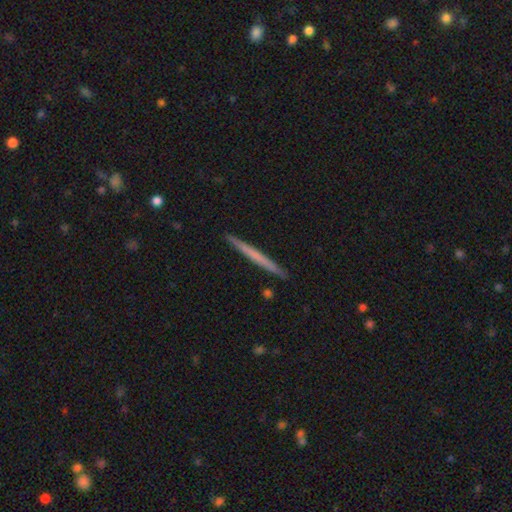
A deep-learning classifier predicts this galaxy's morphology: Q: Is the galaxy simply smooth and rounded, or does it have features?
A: smooth — 51%.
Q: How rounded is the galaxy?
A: cigar-shaped — 97%.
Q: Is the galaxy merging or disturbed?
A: none — 92%.